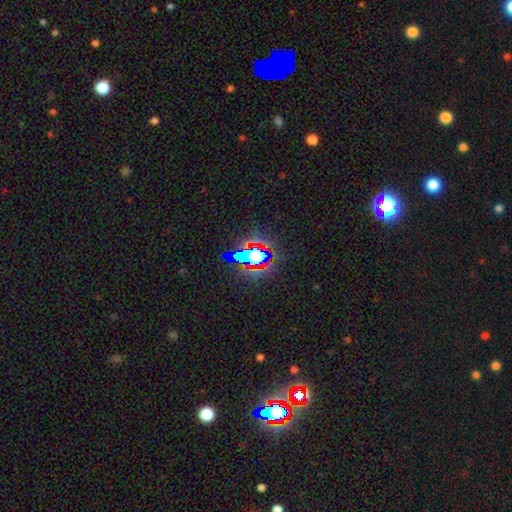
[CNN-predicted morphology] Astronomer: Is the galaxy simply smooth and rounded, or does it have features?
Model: star or artifact — 59%.